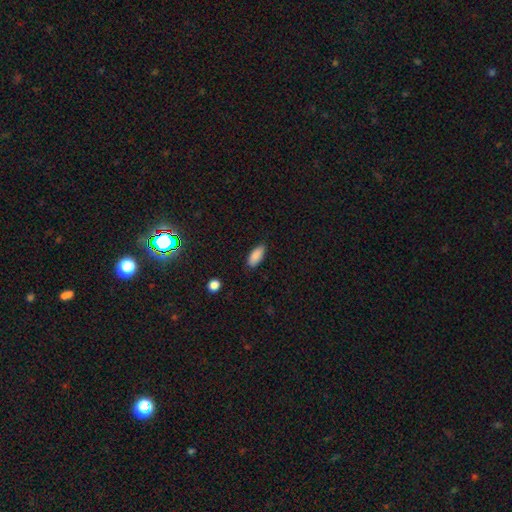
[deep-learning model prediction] Smooth or featured? Predicted: smooth (p=0.88). How rounded? Predicted: in between (p=0.85). Merging? Predicted: none (p=0.84).